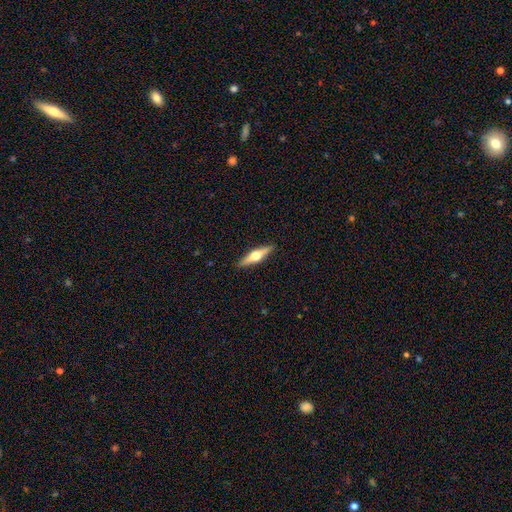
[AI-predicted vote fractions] smooth-or-featured: featured or disk: 65% | smooth: 30% | star or artifact: 5%
  disk-edge-on: yes: 97% | no: 3%
    edge-on-bulge: rounded: 95% | boxy: 3% | none: 2%
  merging: none: 91% | minor disturbance: 7% | major disturbance: 1% | merger: 1%